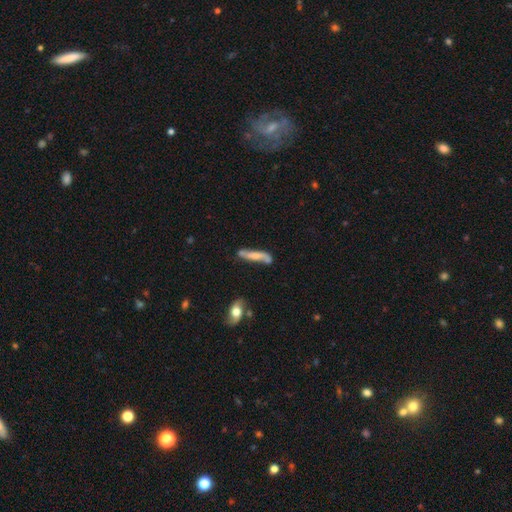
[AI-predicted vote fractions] Smooth or featured? smooth (49%)
Merging? none (58%)